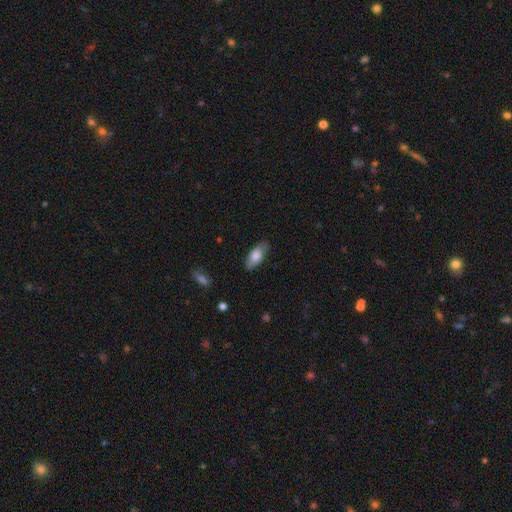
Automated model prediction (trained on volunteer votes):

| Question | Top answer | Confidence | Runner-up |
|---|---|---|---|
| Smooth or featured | smooth | 72% | featured or disk (22%) |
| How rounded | in between | 83% | cigar-shaped (14%) |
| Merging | none | 83% | minor disturbance (13%) |